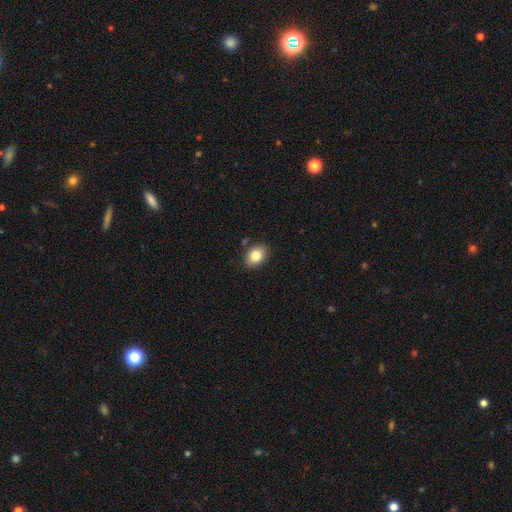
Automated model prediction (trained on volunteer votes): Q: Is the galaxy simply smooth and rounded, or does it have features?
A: smooth — 84%.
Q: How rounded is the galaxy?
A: in between — 75%.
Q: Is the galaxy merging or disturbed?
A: none — 84%.